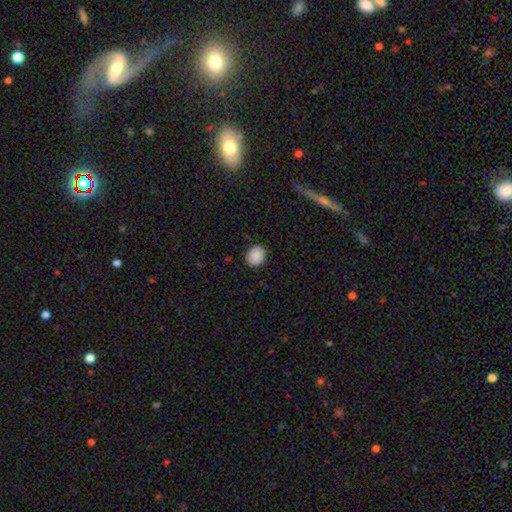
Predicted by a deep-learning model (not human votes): Smooth or featured: smooth — 89% (star or artifact — 8%)
How rounded: round — 58% (in between — 42%)
Merging: none — 88% (minor disturbance — 9%)